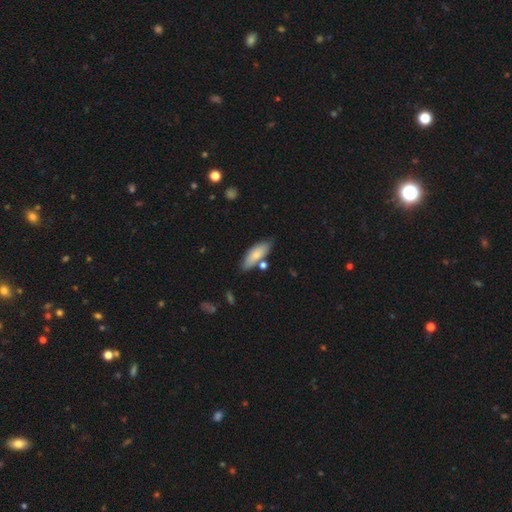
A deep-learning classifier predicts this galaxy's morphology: Smooth or featured? smooth (77%)
How rounded? in between (64%)
Merging? none (73%)